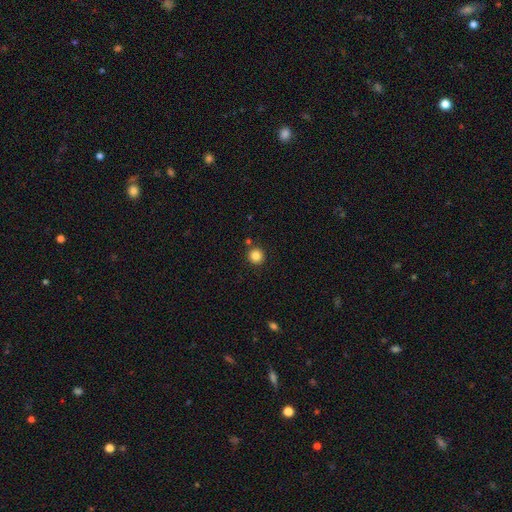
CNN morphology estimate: A smooth galaxy with no disk features (84%) that is round (95%). Merging: none (88%).